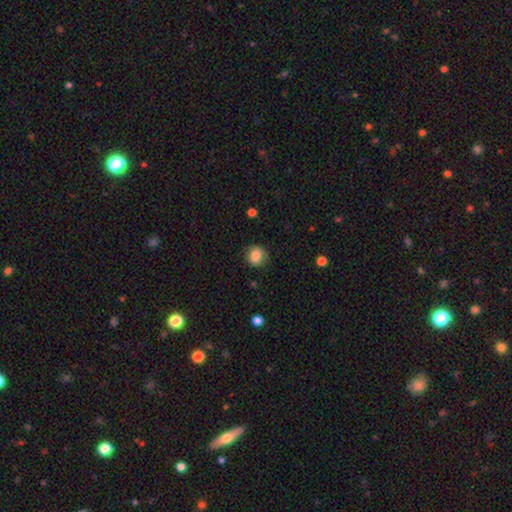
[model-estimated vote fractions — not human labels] This is clearly a smooth galaxy (84%). How rounded: likely round (78%). Merging: likely none (78%).